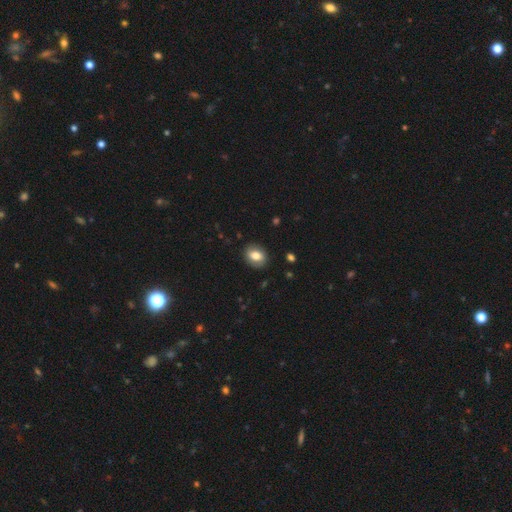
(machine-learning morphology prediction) smooth-or-featured: smooth: 77% | featured or disk: 15% | star or artifact: 8%
  how-rounded: in between: 54% | round: 45% | cigar-shaped: 1%
  merging: none: 87% | minor disturbance: 10% | major disturbance: 3% | merger: 1%